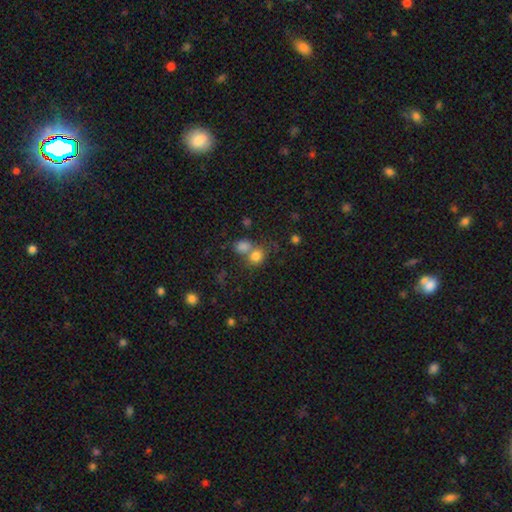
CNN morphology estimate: This appears to be a smooth galaxy with no disk features (79%) that is round (75%). Merging: none (44%, tied with merger).